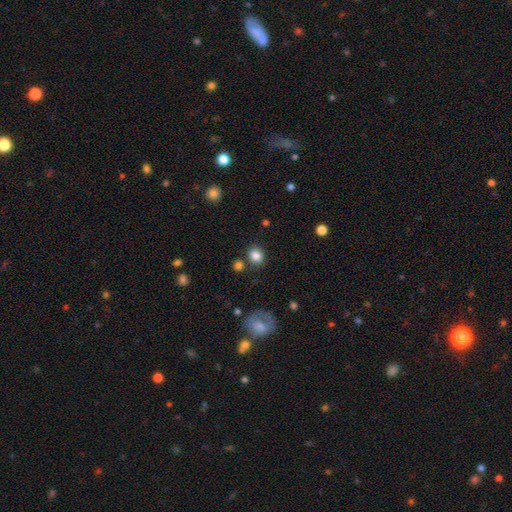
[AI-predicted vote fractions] Overall: smooth (85%). How rounded: round (72%). Merging: none (78%).